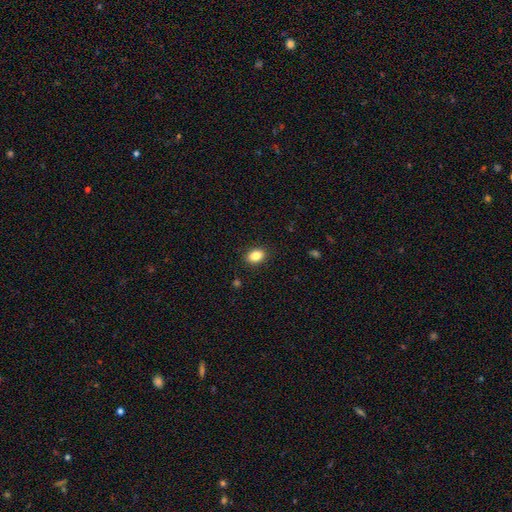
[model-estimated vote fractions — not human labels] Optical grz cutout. It shows a smooth galaxy with no disk features (85%) that is in between round and cigar-shaped (77%). Merging: none (89%).